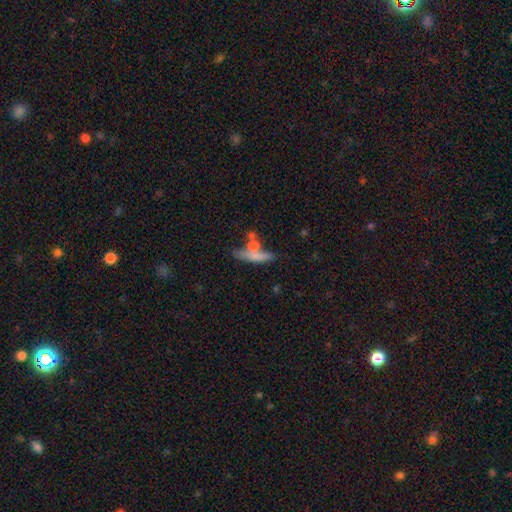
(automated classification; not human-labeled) A smooth galaxy with no disk features (66%) that is cigar-shaped (71%).

Vote fractions:
- Smooth or featured? smooth: 66% / featured or disk: 27% / star or artifact: 8%
- How rounded? cigar-shaped: 71% / in between: 23% / round: 7%
- Merging? none: 48% / merger: 30% / minor disturbance: 15% / major disturbance: 8%